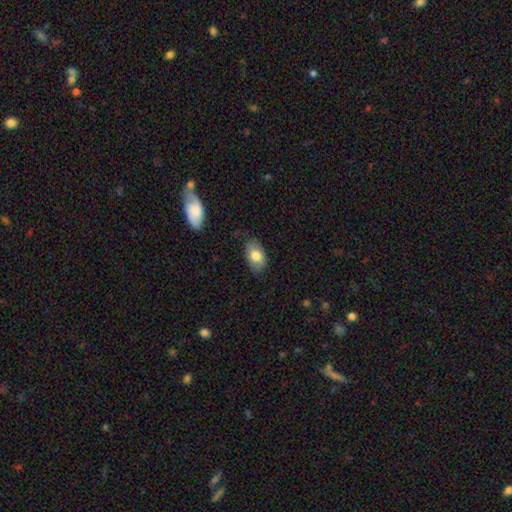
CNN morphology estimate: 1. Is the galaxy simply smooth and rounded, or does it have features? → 78% smooth, 15% featured or disk, 7% star or artifact.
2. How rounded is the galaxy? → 91% in between, 7% round, 1% cigar-shaped.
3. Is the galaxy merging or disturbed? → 77% none, 19% minor disturbance, 3% major disturbance, 1% merger.